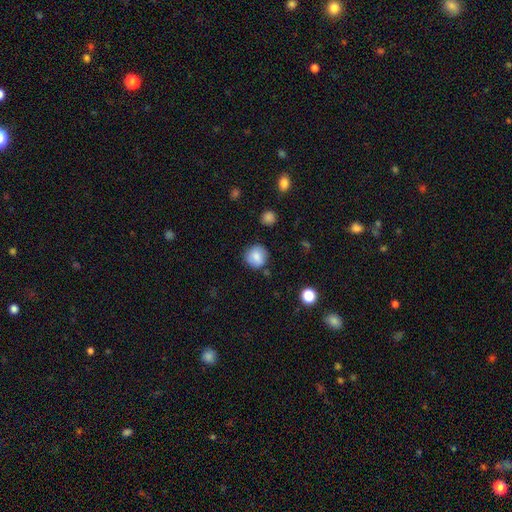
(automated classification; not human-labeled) Overall: smooth (82%). How rounded: round (89%). Merging: none (81%).